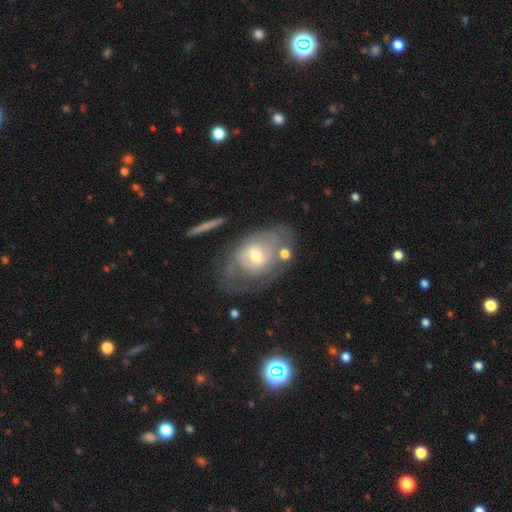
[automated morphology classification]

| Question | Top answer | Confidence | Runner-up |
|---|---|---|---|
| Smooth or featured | featured or disk | 72% | smooth (22%) |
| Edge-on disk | no | 94% | yes (6%) |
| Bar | weak | 46% | no (42%) |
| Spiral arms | yes | 72% | no (28%) |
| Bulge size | moderate | 59% | small (34%) |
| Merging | none | 49% | minor disturbance (23%) |